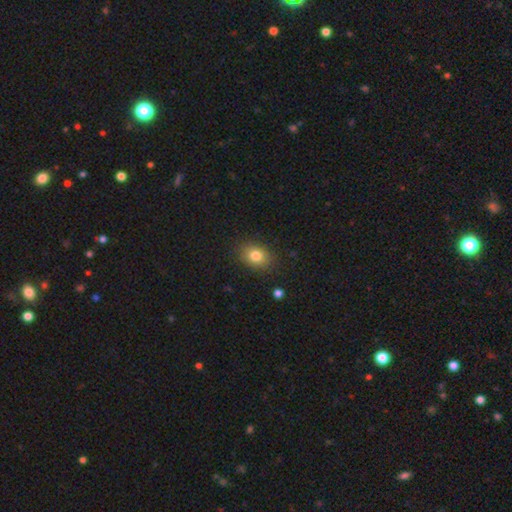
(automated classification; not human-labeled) Q: Smooth or featured?
A: smooth (81%); runner-up: star or artifact (10%)
Q: How rounded?
A: in between (60%); runner-up: round (39%)
Q: Merging?
A: none (86%); runner-up: minor disturbance (10%)